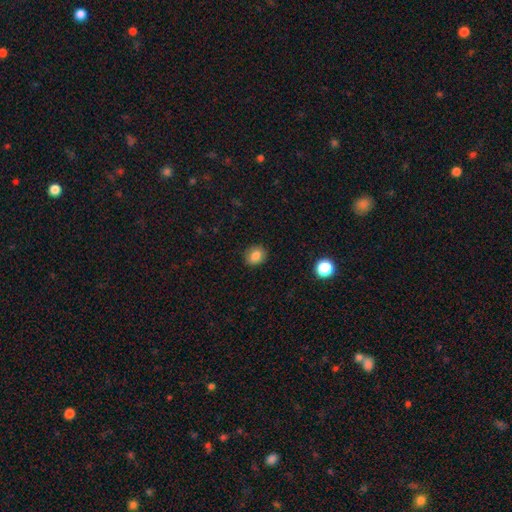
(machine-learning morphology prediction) This is clearly a smooth galaxy (83%). How rounded: possibly round (59%). Merging: clearly none (88%).